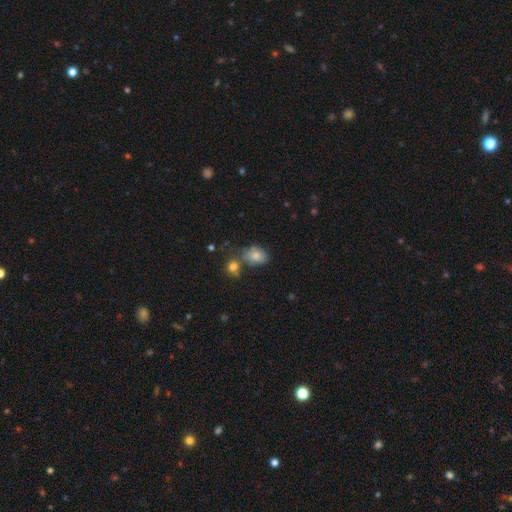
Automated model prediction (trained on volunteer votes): Morphology: type=smooth (77%); roundness=in between (70%); merging=none (47%).